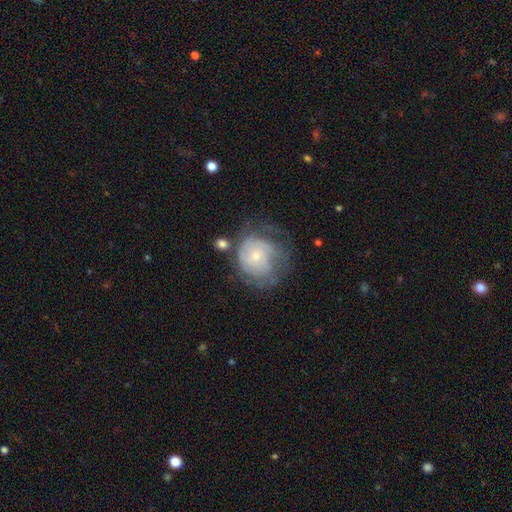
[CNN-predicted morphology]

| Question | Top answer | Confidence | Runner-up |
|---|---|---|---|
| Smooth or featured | featured or disk | 65% | smooth (27%) |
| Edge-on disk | no | 97% | yes (3%) |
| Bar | no | 80% | weak (18%) |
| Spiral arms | yes | 79% | no (21%) |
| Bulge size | small | 67% | moderate (27%) |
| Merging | none | 49% | minor disturbance (24%) |